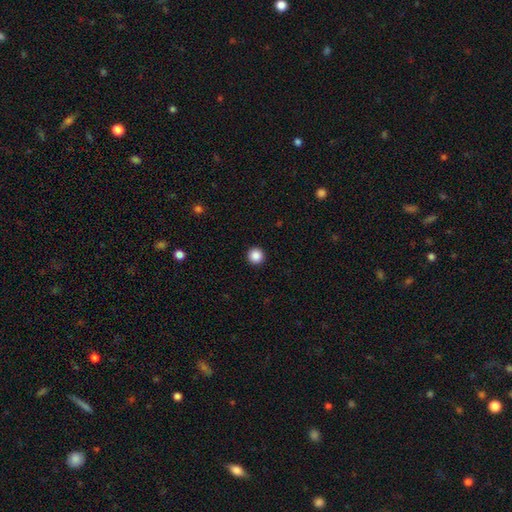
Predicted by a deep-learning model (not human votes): A smooth galaxy with no disk features (88%) that is round (96%).

Vote fractions:
- Smooth or featured? smooth: 88% / star or artifact: 10% / featured or disk: 3%
- How rounded? round: 96% / in between: 3% / cigar-shaped: 1%
- Merging? none: 94% / minor disturbance: 4% / major disturbance: 1% / merger: 1%